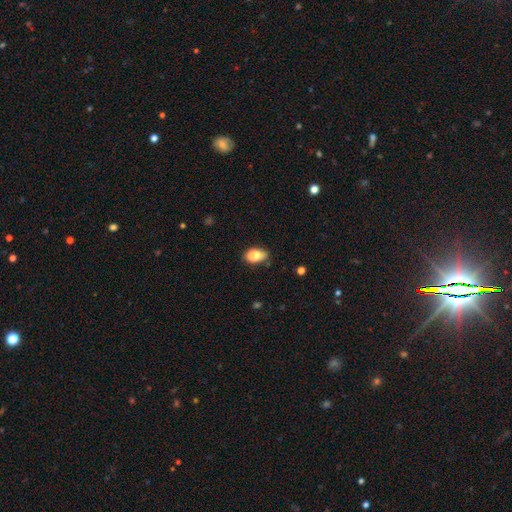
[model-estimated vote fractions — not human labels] smooth_or_featured: smooth (p=0.79) [alt: featured or disk p=0.12]
how_rounded: in between (p=0.82) [alt: round p=0.16]
merging: none (p=0.64) [alt: minor disturbance p=0.27]